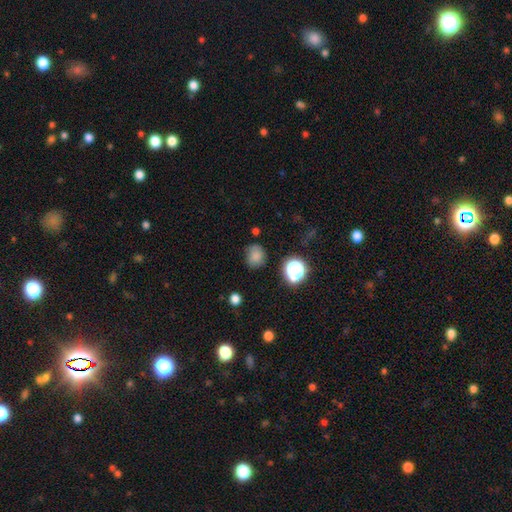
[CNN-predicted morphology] smooth 77%, star or artifact 16%, featured or disk 7%. Down the decision tree: how rounded — round (66%); merging — none (71%).